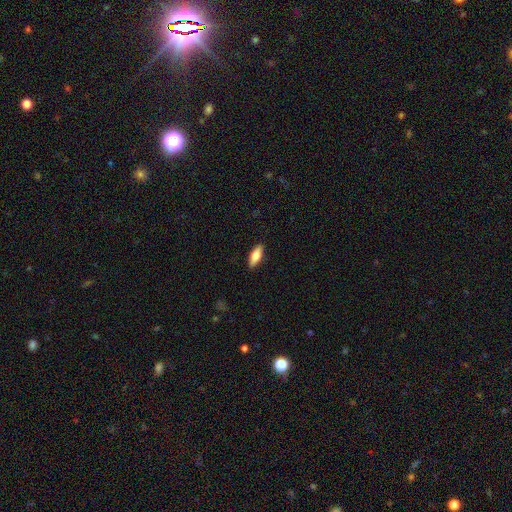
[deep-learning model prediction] A smooth galaxy with no disk features (72%) that is in between round and cigar-shaped (68%). Merging: none (89%).